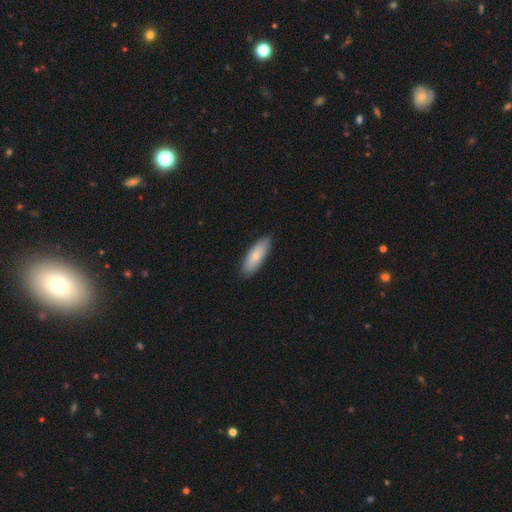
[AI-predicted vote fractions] smooth-or-featured: smooth: 79% | featured or disk: 16% | star or artifact: 5%
  how-rounded: in between: 63% | cigar-shaped: 35% | round: 2%
  merging: none: 88% | minor disturbance: 10% | major disturbance: 2% | merger: 1%